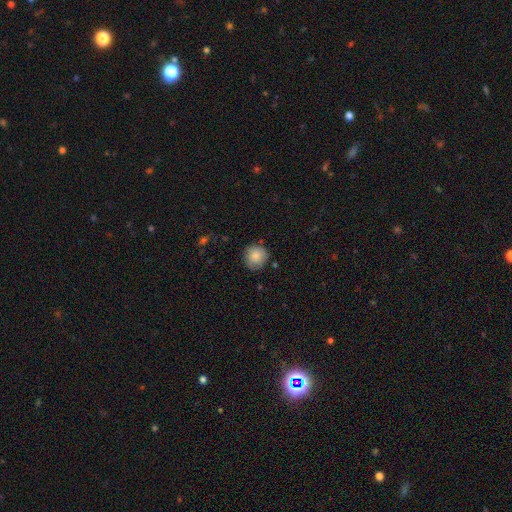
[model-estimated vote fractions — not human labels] smooth 85%, star or artifact 8%, featured or disk 7%. Down the decision tree: how rounded — round (93%); merging — none (83%).